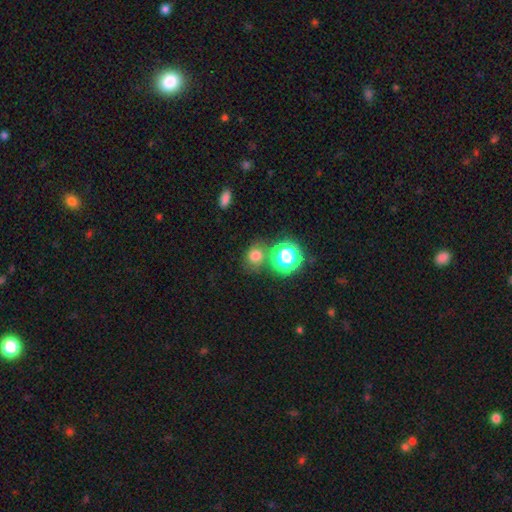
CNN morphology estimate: This appears to be a smooth galaxy with no disk features (73%) that is round (76%). Merging: none (72%).